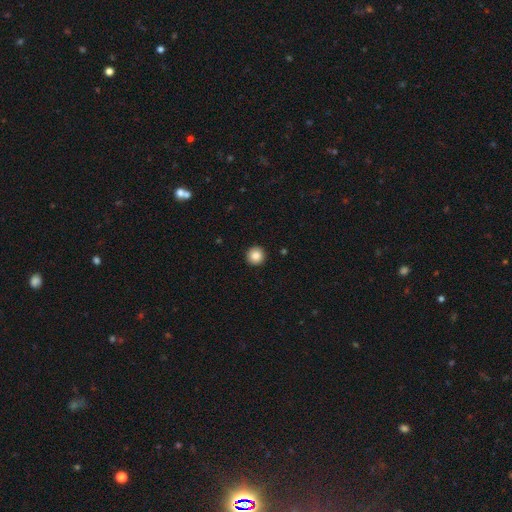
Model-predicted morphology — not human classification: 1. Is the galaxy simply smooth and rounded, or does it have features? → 87% smooth, 9% star or artifact, 4% featured or disk.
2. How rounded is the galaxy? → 95% round, 4% in between, 1% cigar-shaped.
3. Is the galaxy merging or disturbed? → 93% none, 4% minor disturbance, 1% major disturbance, 1% merger.